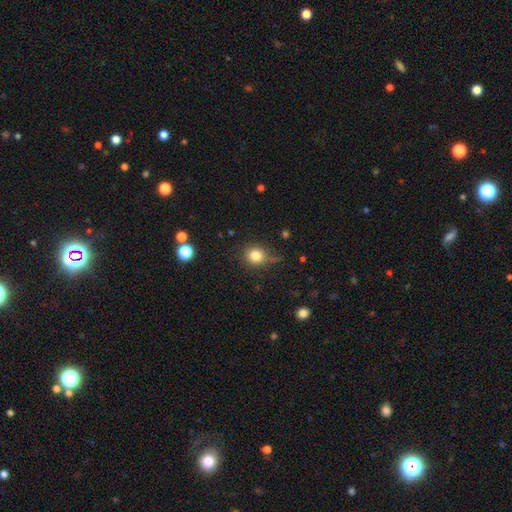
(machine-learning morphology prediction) Overall: smooth (80%). How rounded: round (82%). Merging: none (72%).